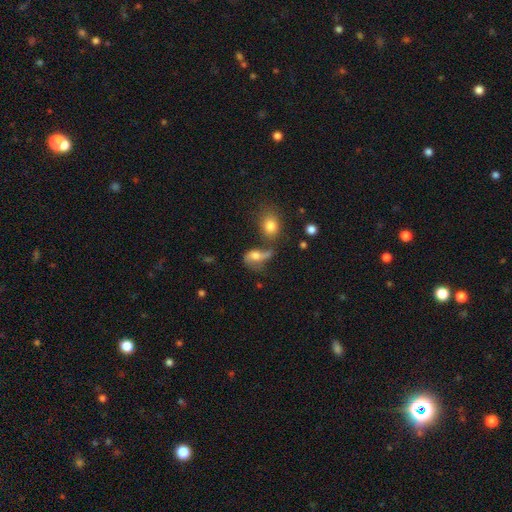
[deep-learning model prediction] smooth_or_featured: smooth (p=0.46) [alt: featured or disk p=0.41]
merging: none (p=0.29) [alt: merger p=0.28]